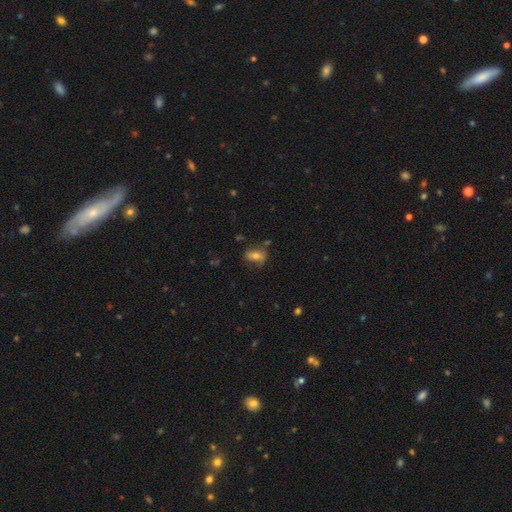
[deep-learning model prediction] This is possibly a smooth galaxy (53%). How rounded: likely in between (71%). Merging: likely none (63%).